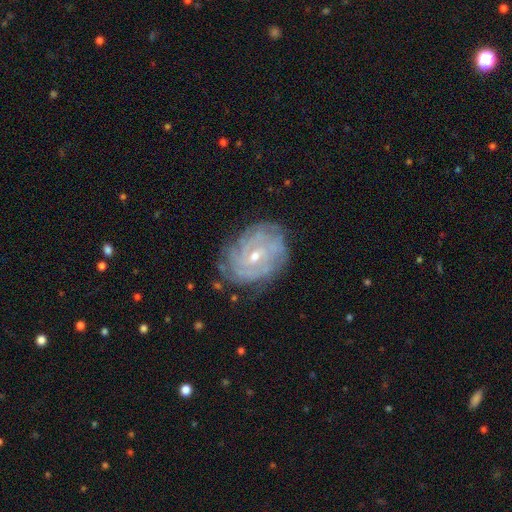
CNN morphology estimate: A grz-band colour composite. It shows a featured or disk galaxy (82%) with no bar (46%), tight (77%) spiral arms (94%) and a small central bulge (62%). Merging: none (78%).